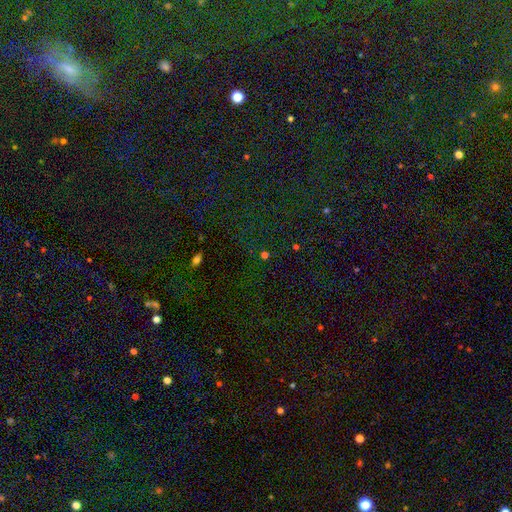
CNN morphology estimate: A star or artifact, not a galaxy (78%).